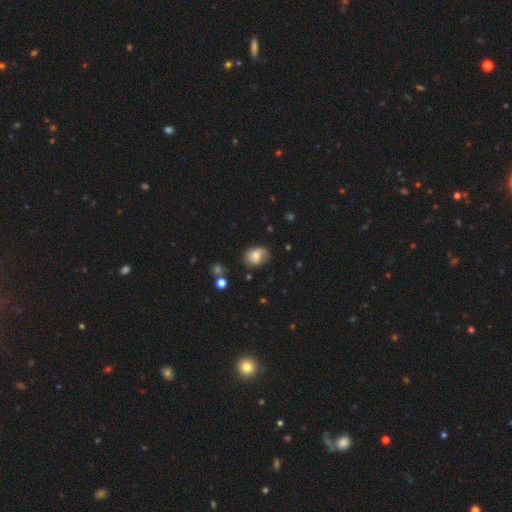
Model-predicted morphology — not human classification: Smooth or featured? Predicted: smooth (p=0.57). How rounded? Predicted: in between (p=0.58). Merging? Predicted: none (p=0.60).